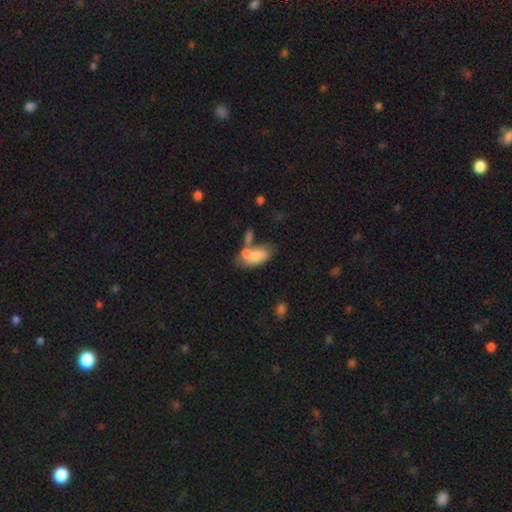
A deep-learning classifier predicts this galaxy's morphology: Smooth or featured: smooth — 70% (featured or disk — 23%)
How rounded: in between — 91% (cigar-shaped — 5%)
Merging: merger — 46% (none — 29%)